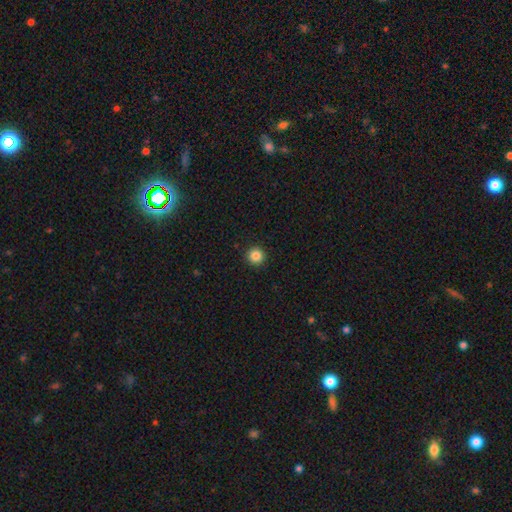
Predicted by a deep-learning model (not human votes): The model was most divided on "smooth or featured": smooth: 85%, star or artifact: 11%, featured or disk: 4%. More confident: how rounded — round (96%); merging — none (93%).